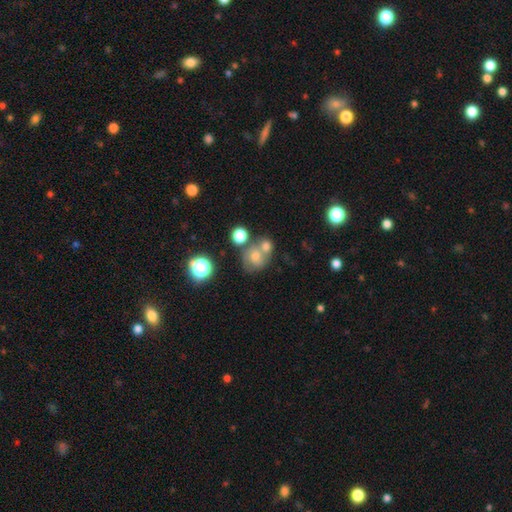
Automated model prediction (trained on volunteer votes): The model was most divided on "merging" (2-way tie): merger: 41%, none: 41%, minor disturbance: 12%, major disturbance: 6%. More confident: how rounded — round (73%); smooth or featured — smooth (63%).